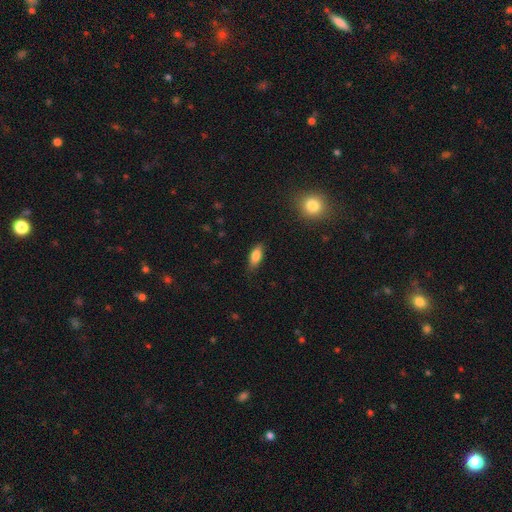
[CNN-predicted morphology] smooth 82%, featured or disk 11%, star or artifact 8%. Down the decision tree: how rounded — in between (78%); merging — none (81%).